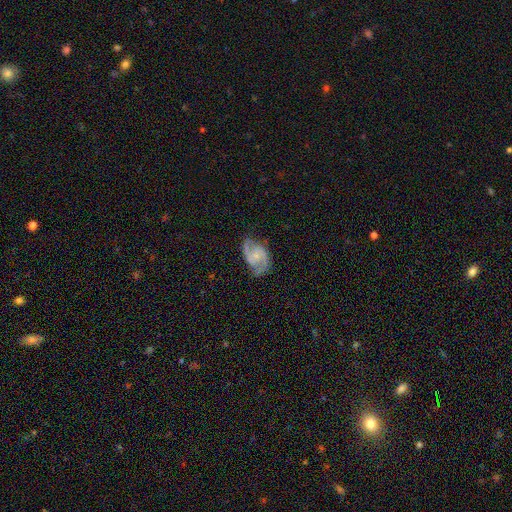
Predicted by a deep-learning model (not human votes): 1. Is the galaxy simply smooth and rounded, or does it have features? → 84% featured or disk, 11% smooth, 6% star or artifact.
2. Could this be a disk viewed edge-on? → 97% no, 3% yes.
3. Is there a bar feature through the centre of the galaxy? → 57% no, 36% weak, 7% strong.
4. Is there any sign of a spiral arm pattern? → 95% yes, 5% no.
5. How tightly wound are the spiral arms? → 54% medium, 26% loose, 20% tight.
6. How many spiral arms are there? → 89% 2, 5% can't tell, 3% 3, 2% 1, 1% 4, 1% more than 4.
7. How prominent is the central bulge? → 67% small, 24% moderate, 7% none, 1% large, 1% dominant.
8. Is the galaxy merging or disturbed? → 69% none, 20% minor disturbance, 9% major disturbance, 1% merger.